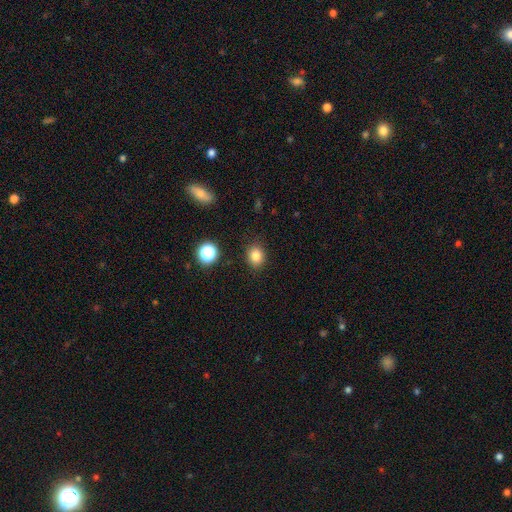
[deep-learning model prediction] A smooth galaxy with no disk features (82%) that is round (66%).

Vote fractions:
- Smooth or featured? smooth: 82% / star or artifact: 12% / featured or disk: 6%
- How rounded? round: 66% / in between: 33% / cigar-shaped: 1%
- Merging? none: 88% / minor disturbance: 8% / major disturbance: 3% / merger: 1%